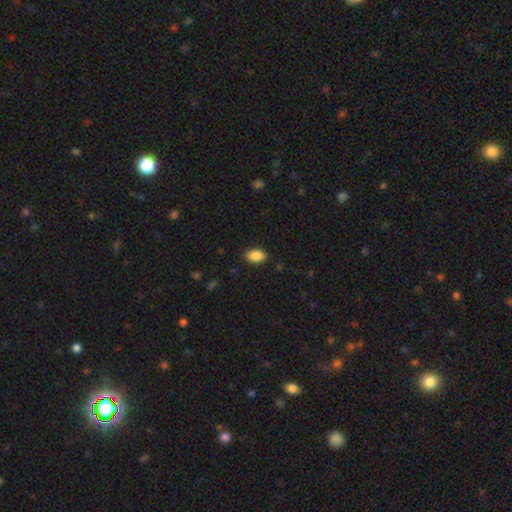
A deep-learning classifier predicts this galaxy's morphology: A smooth galaxy with no disk features (88%) that is in between round and cigar-shaped (91%). Merging: none (88%).